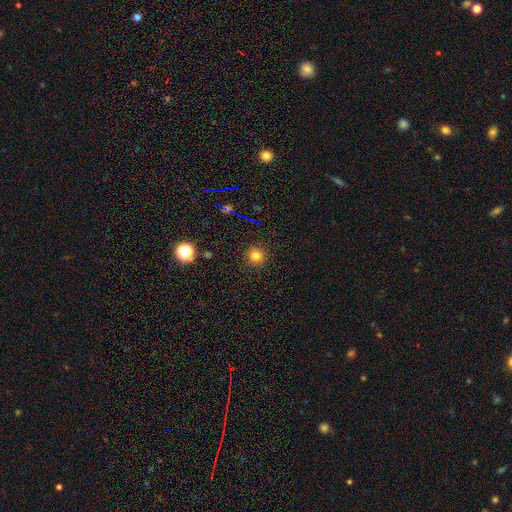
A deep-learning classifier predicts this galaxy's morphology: type=smooth (78%); roundness=round (94%); merging=none (90%).